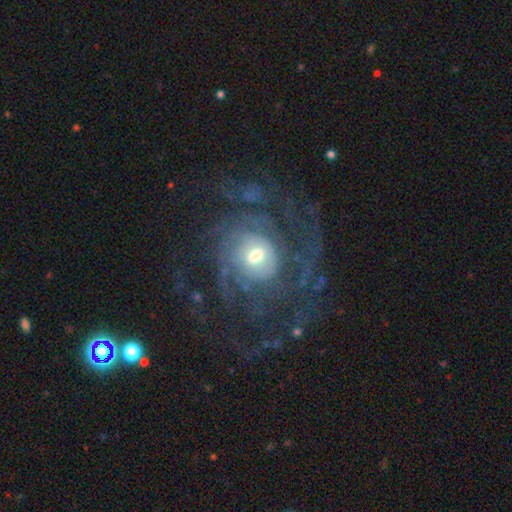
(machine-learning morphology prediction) A featured or disk galaxy (81%) with no bar (63%), tight (44%) spiral arms (89%) and a moderate central bulge (59%). Merging: none (56%).